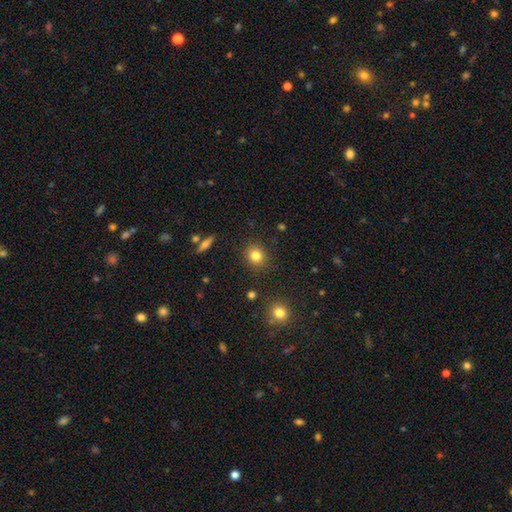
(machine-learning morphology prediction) type=smooth (82%); roundness=round (81%); merging=none (88%).